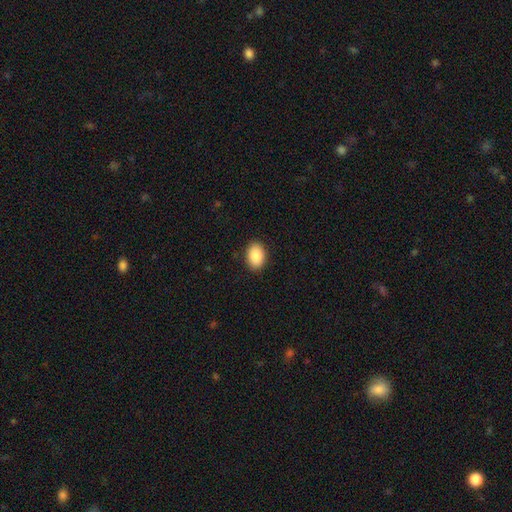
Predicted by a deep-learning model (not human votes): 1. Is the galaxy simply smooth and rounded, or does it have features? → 90% smooth, 7% star or artifact, 3% featured or disk.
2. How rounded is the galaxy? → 86% in between, 13% round, 1% cigar-shaped.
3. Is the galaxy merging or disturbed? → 90% none, 7% minor disturbance, 2% major disturbance, 1% merger.